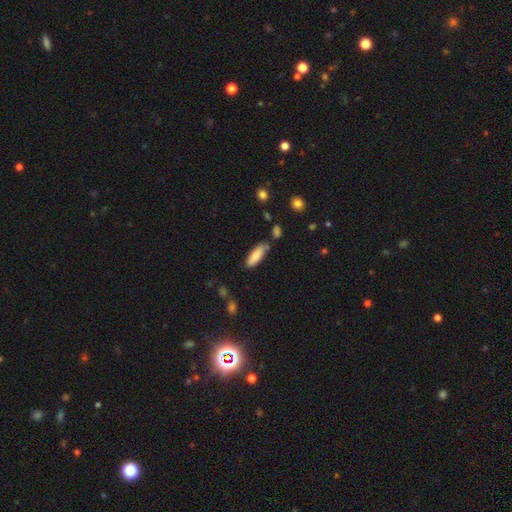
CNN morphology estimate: smooth 82%, featured or disk 12%, star or artifact 6%. Down the decision tree: how rounded — in between (56%); merging — none (71%).